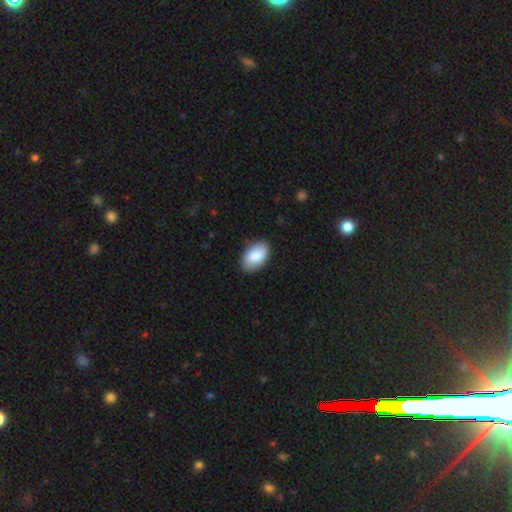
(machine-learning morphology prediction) Smooth or featured? Predicted: smooth (p=0.85). How rounded? Predicted: in between (p=0.94). Merging? Predicted: none (p=0.86).